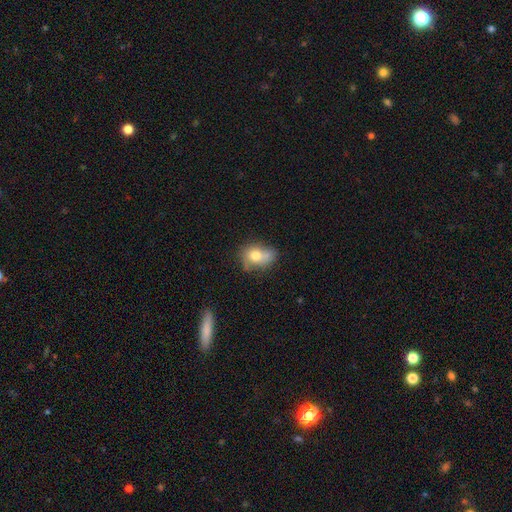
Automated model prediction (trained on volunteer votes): Overall: smooth (69%). How rounded: in between (63%; round 35%). Merging: none (45%; minor disturbance 30%).